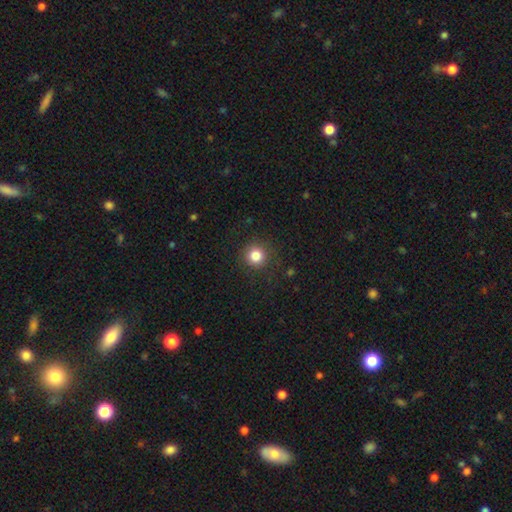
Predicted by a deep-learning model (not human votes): A smooth galaxy with no disk features (83%) that is round (94%).

Vote fractions:
- Smooth or featured? smooth: 83% / star or artifact: 12% / featured or disk: 5%
- How rounded? round: 94% / in between: 5% / cigar-shaped: 1%
- Merging? none: 90% / minor disturbance: 7% / major disturbance: 3% / merger: 1%